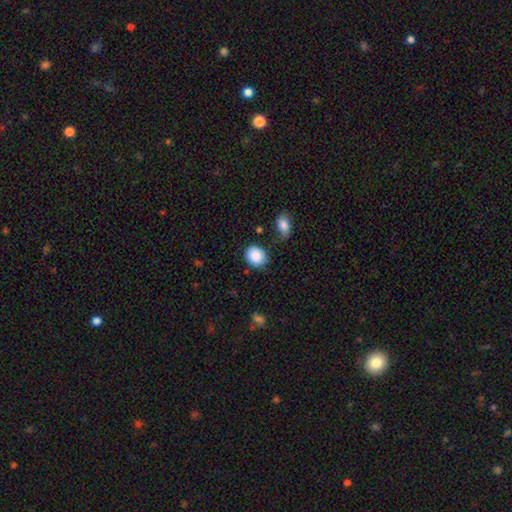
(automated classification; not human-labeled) smooth_or_featured: smooth (p=0.88) [alt: star or artifact p=0.08]
how_rounded: round (p=0.66) [alt: in between p=0.33]
merging: none (p=0.73) [alt: minor disturbance p=0.17]